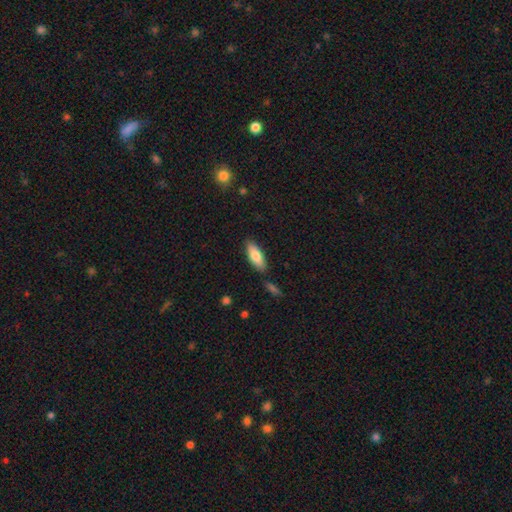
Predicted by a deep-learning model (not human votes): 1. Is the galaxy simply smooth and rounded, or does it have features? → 80% smooth, 14% featured or disk, 6% star or artifact.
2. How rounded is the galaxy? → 71% in between, 27% cigar-shaped, 2% round.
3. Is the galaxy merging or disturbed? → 83% none, 11% minor disturbance, 4% merger, 2% major disturbance.